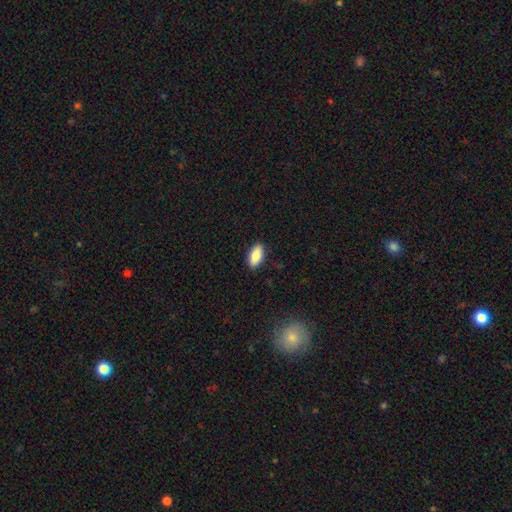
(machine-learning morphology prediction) Smooth or featured? Predicted: smooth (p=0.86). How rounded? Predicted: in between (p=0.86). Merging? Predicted: none (p=0.88).